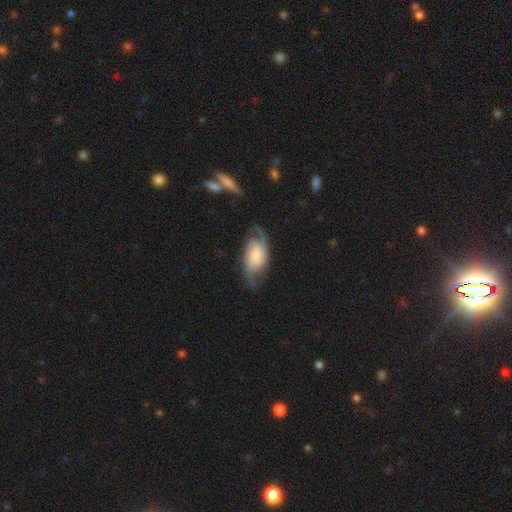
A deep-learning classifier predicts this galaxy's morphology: smooth_or_featured: featured or disk (p=0.65) [alt: smooth p=0.28]
disk_edge_on: no (p=0.94) [alt: yes p=0.06]
bar: no (p=0.61) [alt: weak p=0.30]
has_spiral_arms: yes (p=0.92) [alt: no p=0.08]
spiral_winding: loose (p=0.44) [alt: medium p=0.40]
spiral_arm_count: 2 (p=0.86) [alt: can't tell p=0.06]
bulge_size: large (p=0.32) [alt: none p=0.19]
merging: none (p=0.63) [alt: minor disturbance p=0.22]